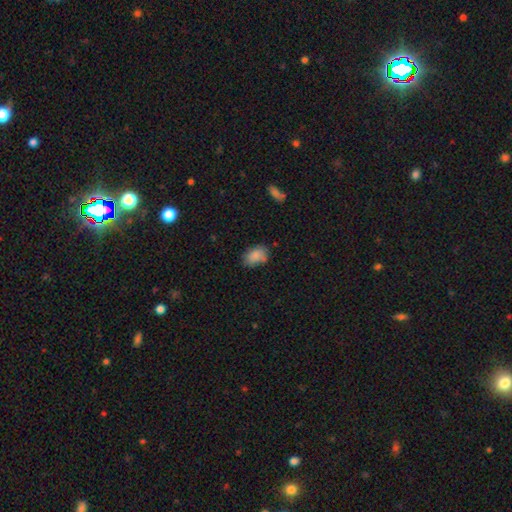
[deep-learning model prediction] smooth-or-featured: smooth: 85% | star or artifact: 8% | featured or disk: 7%
  how-rounded: in between: 85% | round: 14% | cigar-shaped: 1%
  merging: none: 66% | minor disturbance: 25% | major disturbance: 5% | merger: 4%